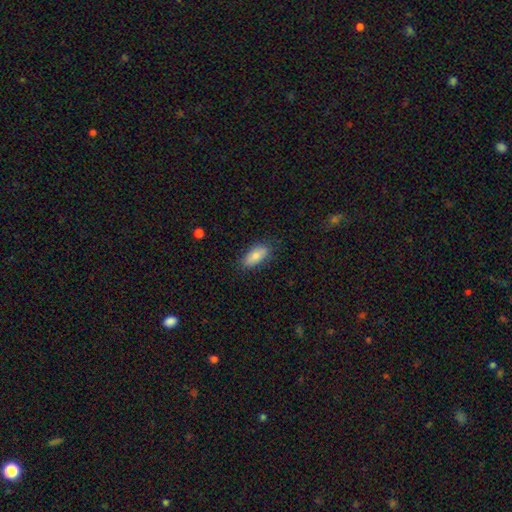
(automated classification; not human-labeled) Smooth or featured?
  - smooth: 79% *
  - featured or disk: 14%
  - star or artifact: 7%
How rounded?
  - in between: 85% *
  - cigar-shaped: 12%
  - round: 3%
Merging?
  - none: 82% *
  - minor disturbance: 14%
  - major disturbance: 3%
  - merger: 1%